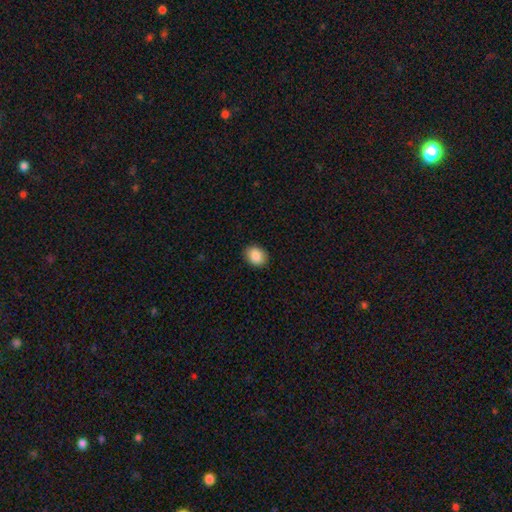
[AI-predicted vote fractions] Smooth or featured? Predicted: smooth (p=0.88). How rounded? Predicted: round (p=0.51). Merging? Predicted: none (p=0.89).